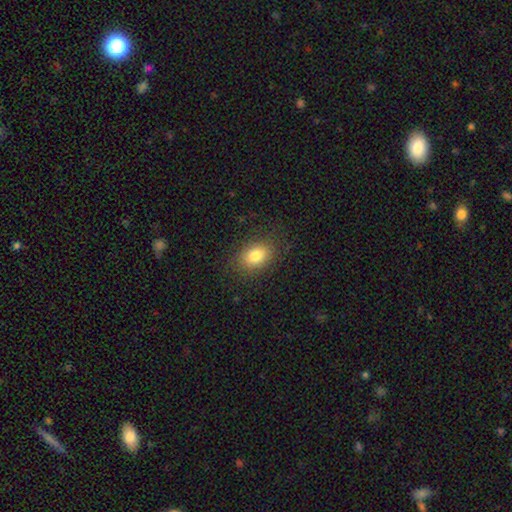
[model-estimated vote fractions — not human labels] smooth_or_featured: smooth (p=0.81) [alt: featured or disk p=0.09]
how_rounded: in between (p=0.79) [alt: round p=0.20]
merging: none (p=0.84) [alt: minor disturbance p=0.11]